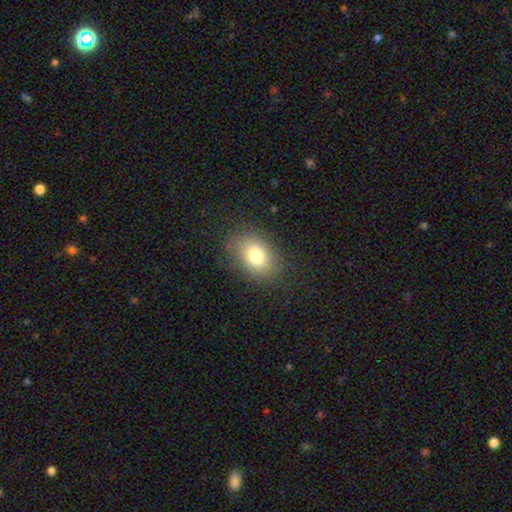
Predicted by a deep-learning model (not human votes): smooth-or-featured: smooth: 76% | featured or disk: 13% | star or artifact: 11%
  how-rounded: in between: 76% | round: 22% | cigar-shaped: 1%
  merging: none: 83% | minor disturbance: 11% | major disturbance: 5% | merger: 1%